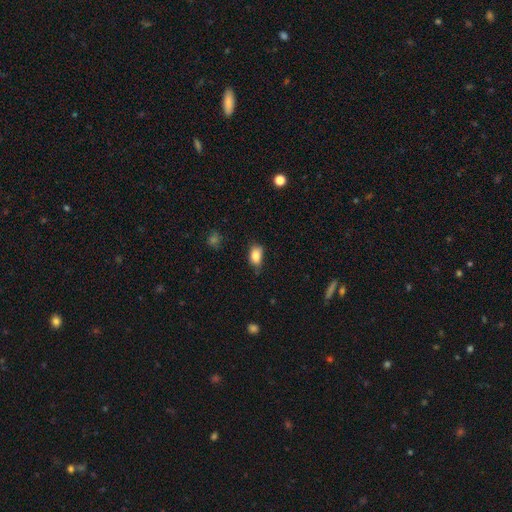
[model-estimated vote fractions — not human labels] Morphology: type=smooth (85%); roundness=in between (86%); merging=none (65%).